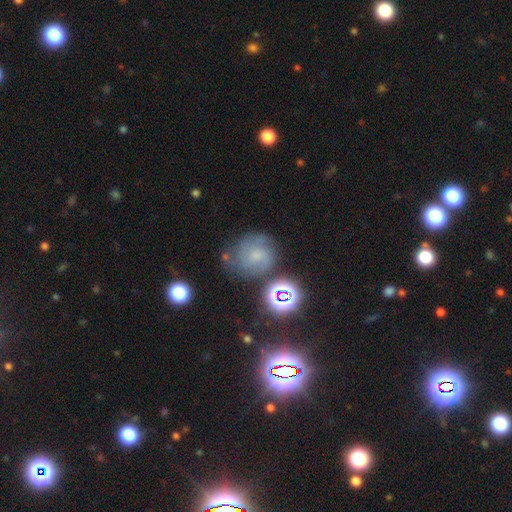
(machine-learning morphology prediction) smooth-or-featured: featured or disk: 54% | smooth: 27% | star or artifact: 19%
  disk-edge-on: no: 97% | yes: 3%
    bar: no: 62% | weak: 32% | strong: 6%
    has-spiral-arms: yes: 88% | no: 12%
    bulge-size: small: 55% | moderate: 25% | none: 16% | large: 3% | dominant: 2%
  merging: none: 61% | minor disturbance: 22% | major disturbance: 11% | merger: 7%